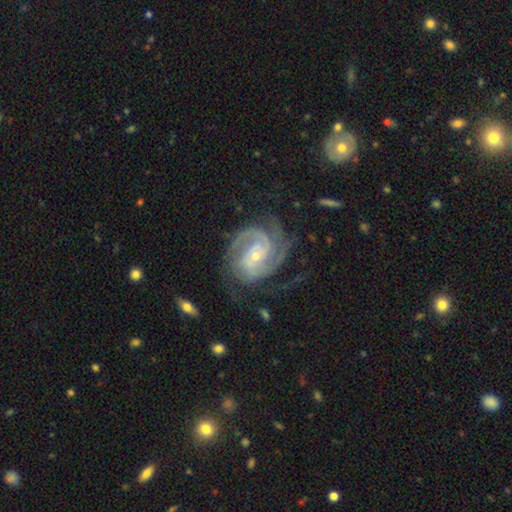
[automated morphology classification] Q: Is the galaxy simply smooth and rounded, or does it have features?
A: featured or disk — 93%.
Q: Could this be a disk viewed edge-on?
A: no — 98%.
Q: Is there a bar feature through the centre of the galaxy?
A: no — 50%.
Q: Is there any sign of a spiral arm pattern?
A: yes — 98%.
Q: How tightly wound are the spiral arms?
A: tight — 59%.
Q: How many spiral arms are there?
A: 2 — 37%.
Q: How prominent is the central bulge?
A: small — 67%.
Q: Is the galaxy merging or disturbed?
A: none — 69%.